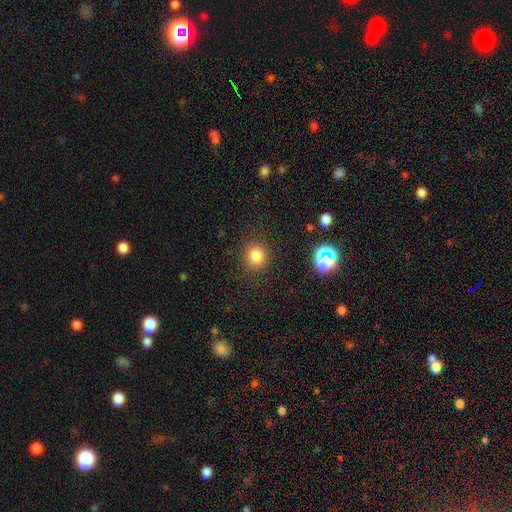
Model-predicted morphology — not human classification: smooth 81%, star or artifact 14%, featured or disk 6%. Down the decision tree: how rounded — round (85%); merging — none (87%).